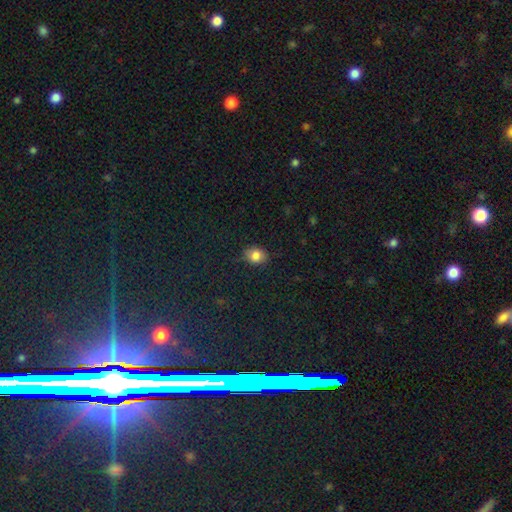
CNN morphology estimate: Smooth or featured: smooth — 82% (star or artifact — 11%)
How rounded: round — 55% (in between — 44%)
Merging: none — 79% (minor disturbance — 17%)